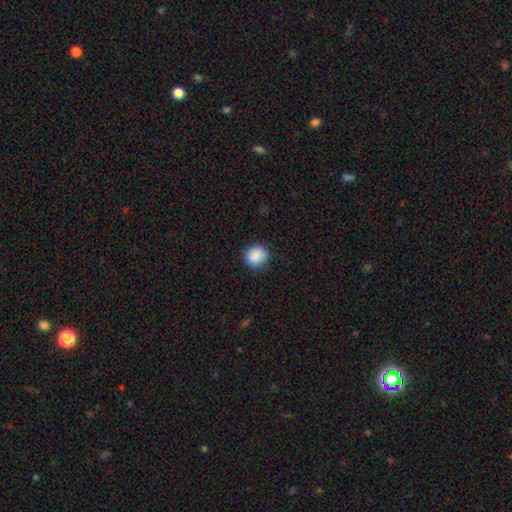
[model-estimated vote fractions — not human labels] This appears to be a smooth galaxy with no disk features (88%) that is round (81%). Merging: none (85%).